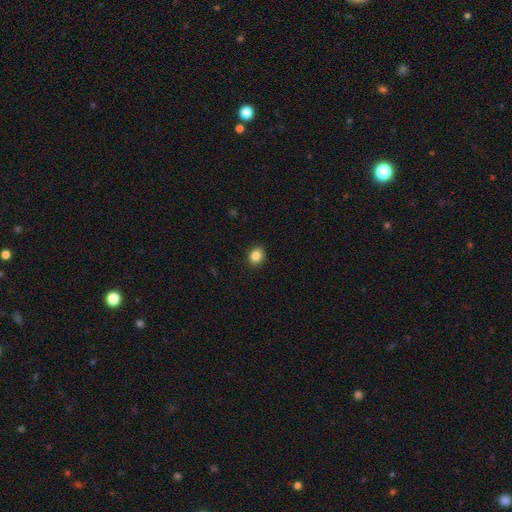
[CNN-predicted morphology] A smooth galaxy with no disk features (86%) that is round (59%). Merging: none (89%).